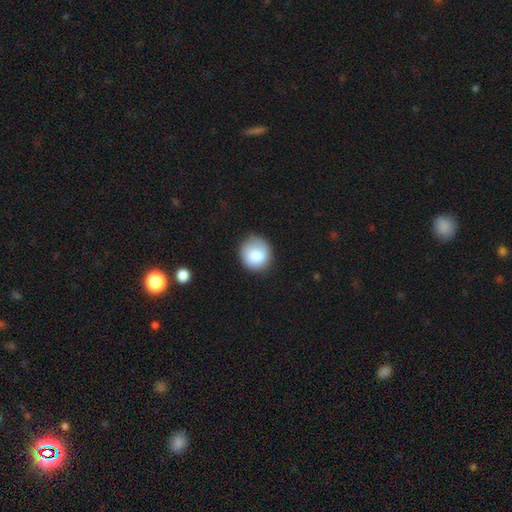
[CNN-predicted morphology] Smooth or featured? Predicted: smooth (p=0.83). How rounded? Predicted: round (p=0.87). Merging? Predicted: none (p=0.76).